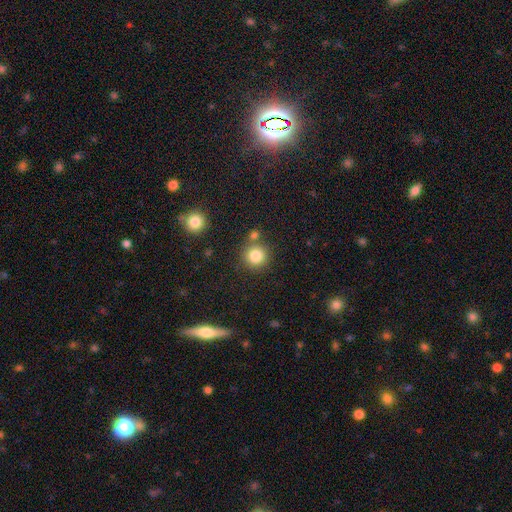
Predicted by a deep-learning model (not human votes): This is clearly a smooth galaxy (83%). How rounded: clearly round (93%). Merging: likely none (76%).